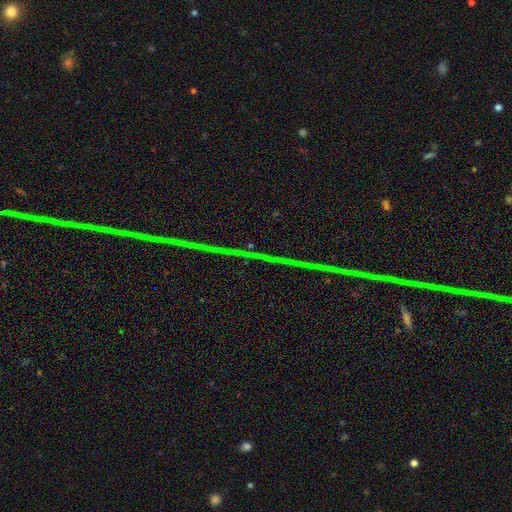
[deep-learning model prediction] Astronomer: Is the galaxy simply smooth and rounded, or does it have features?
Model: star or artifact — 87%.